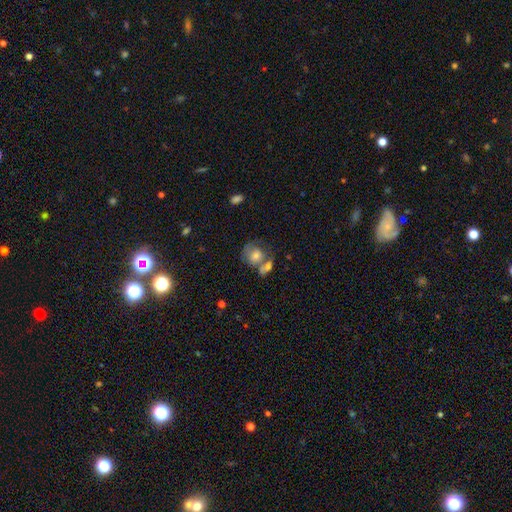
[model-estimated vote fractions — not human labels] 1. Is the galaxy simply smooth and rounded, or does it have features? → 62% smooth, 29% featured or disk, 8% star or artifact.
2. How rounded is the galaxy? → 59% round, 39% in between, 2% cigar-shaped.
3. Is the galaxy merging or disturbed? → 43% merger, 32% none, 15% minor disturbance, 10% major disturbance.